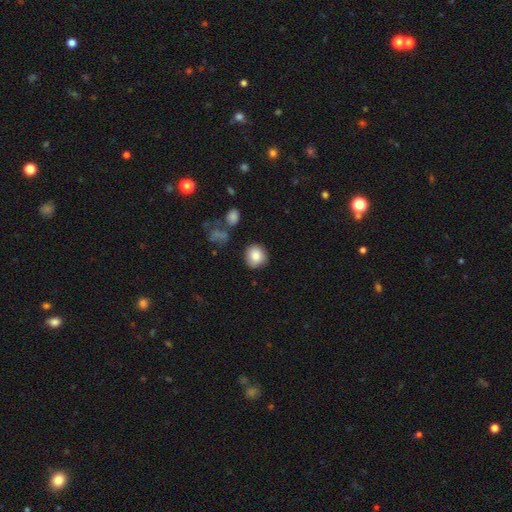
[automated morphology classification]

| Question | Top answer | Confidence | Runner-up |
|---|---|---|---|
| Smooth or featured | smooth | 84% | star or artifact (8%) |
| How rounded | round | 84% | in between (15%) |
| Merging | none | 79% | minor disturbance (14%) |